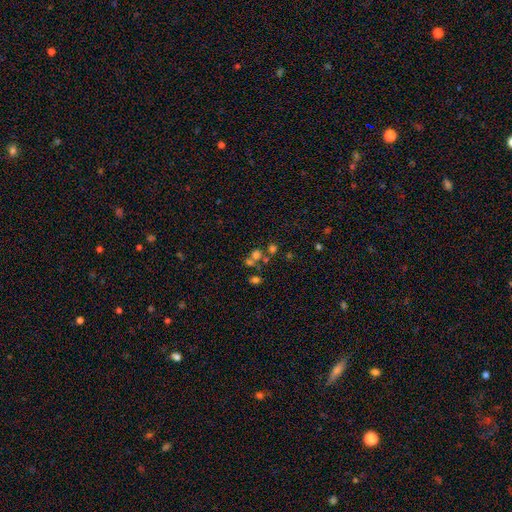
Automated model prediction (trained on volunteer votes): Smooth or featured? Predicted: star or artifact (p=0.50).